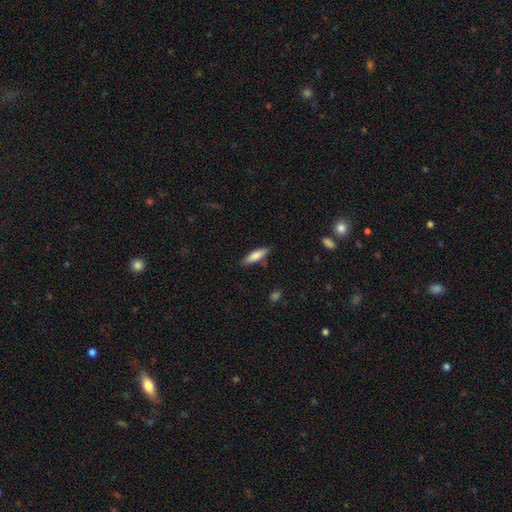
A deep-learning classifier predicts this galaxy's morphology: type=smooth (80%); roundness=cigar-shaped (63%); merging=none (84%).